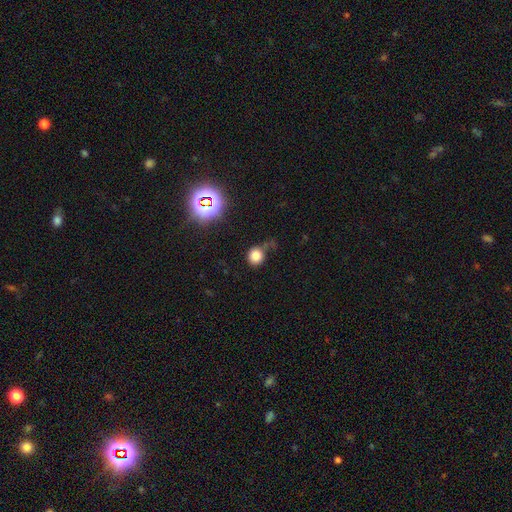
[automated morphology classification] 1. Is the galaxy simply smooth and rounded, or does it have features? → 77% smooth, 16% star or artifact, 7% featured or disk.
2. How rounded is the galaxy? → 87% round, 12% in between, 1% cigar-shaped.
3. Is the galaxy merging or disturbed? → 61% none, 22% minor disturbance, 11% major disturbance, 7% merger.